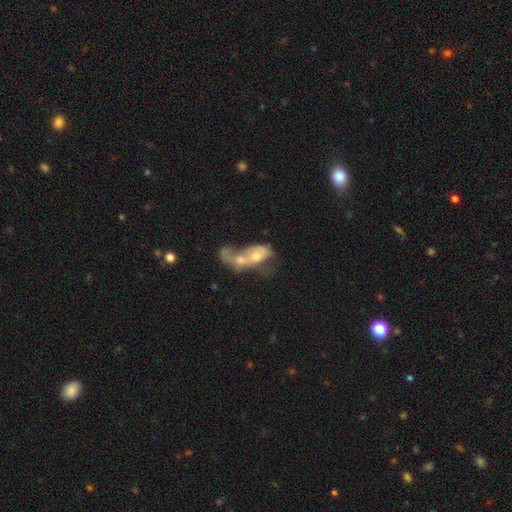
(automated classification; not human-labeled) smooth_or_featured: featured or disk (p=0.50) [alt: smooth p=0.40]
merging: merger (p=0.70) [alt: major disturbance p=0.16]